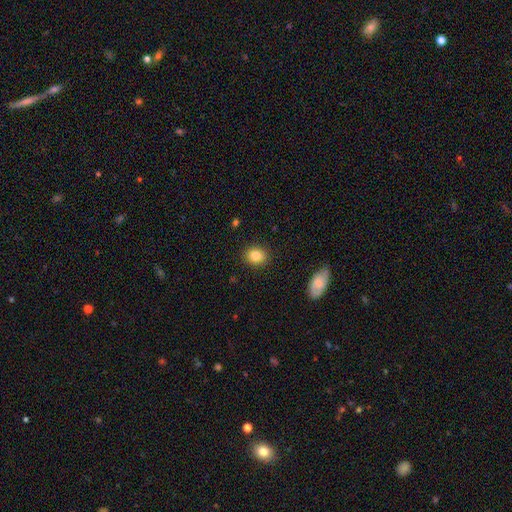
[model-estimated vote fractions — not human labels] Morphology: type=smooth (84%); roundness=round (64%); merging=none (89%).